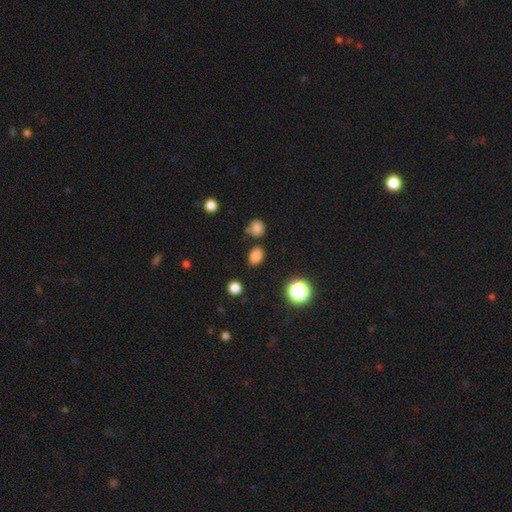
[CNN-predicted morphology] smooth_or_featured: smooth (p=0.81) [alt: star or artifact p=0.15]
how_rounded: in between (p=0.78) [alt: round p=0.21]
merging: none (p=0.80) [alt: minor disturbance p=0.11]